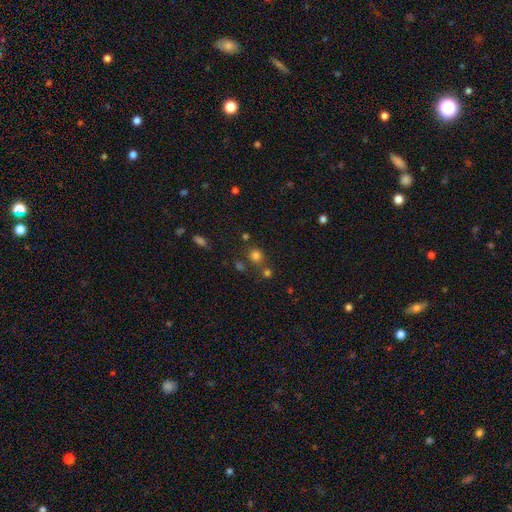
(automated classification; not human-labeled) smooth 75%, star or artifact 18%, featured or disk 6%. Down the decision tree: how rounded — round (82%); merging — none (69%).